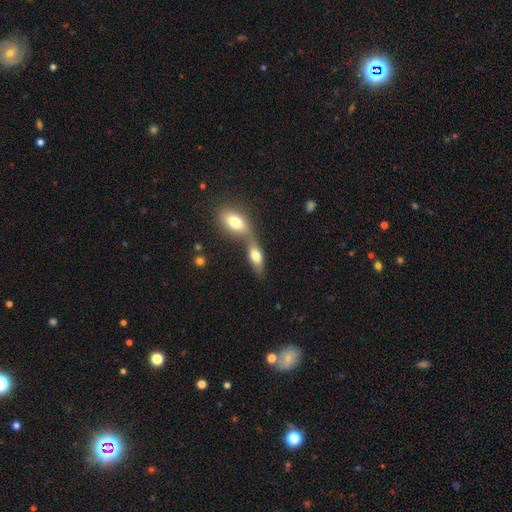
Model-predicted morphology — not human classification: The model was most divided on "merging": merger: 64%, none: 26%, minor disturbance: 7%, major disturbance: 4%. More confident: how rounded — in between (78%); smooth or featured — smooth (72%).